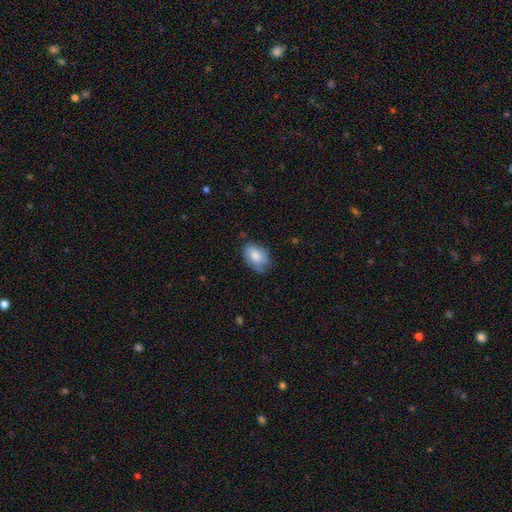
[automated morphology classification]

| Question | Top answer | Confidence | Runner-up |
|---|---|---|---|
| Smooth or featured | smooth | 76% | featured or disk (17%) |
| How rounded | in between | 81% | round (18%) |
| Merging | none | 63% | minor disturbance (29%) |